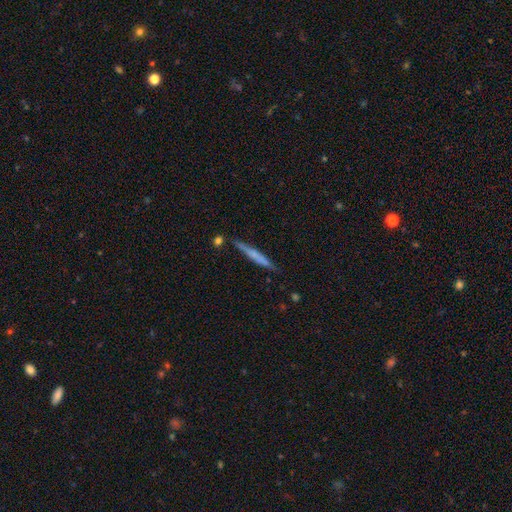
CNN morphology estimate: Smooth or featured?
  - smooth: 51% *
  - featured or disk: 43%
  - star or artifact: 6%
How rounded?
  - cigar-shaped: 95% *
  - in between: 3%
  - round: 2%
Merging?
  - none: 83% *
  - minor disturbance: 11%
  - merger: 4%
  - major disturbance: 2%